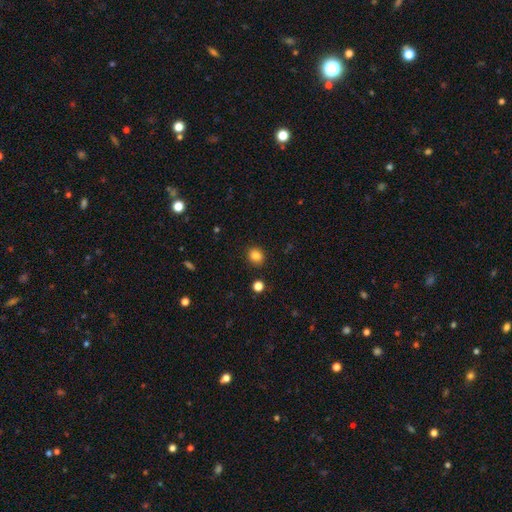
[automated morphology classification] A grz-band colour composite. It shows a smooth galaxy with no disk features (84%) that is round (71%). Merging: none (89%).